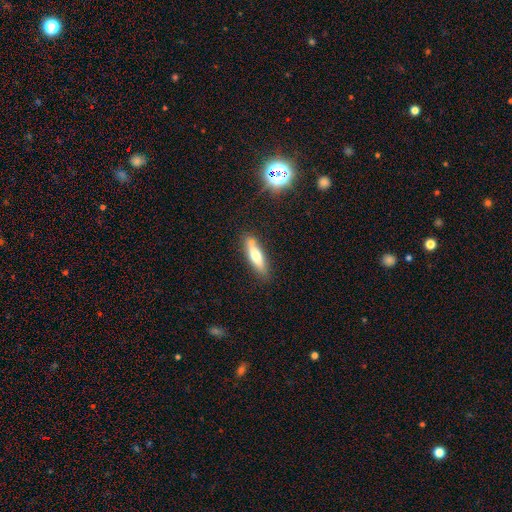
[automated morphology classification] Smooth or featured? Predicted: smooth (p=0.58). How rounded? Predicted: cigar-shaped (p=0.67). Merging? Predicted: none (p=0.75).